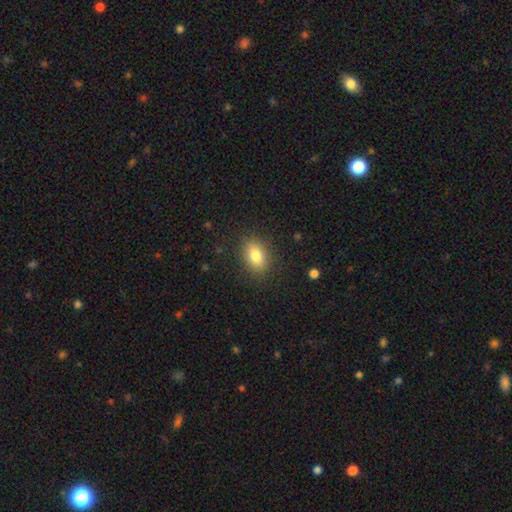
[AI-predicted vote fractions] smooth 81%, featured or disk 10%, star or artifact 9%. Down the decision tree: how rounded — in between (82%); merging — none (86%).